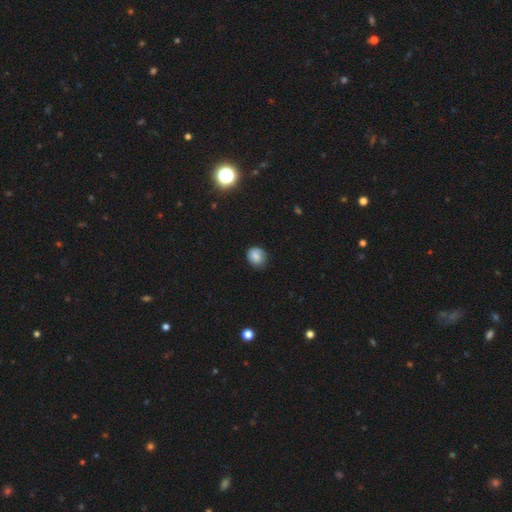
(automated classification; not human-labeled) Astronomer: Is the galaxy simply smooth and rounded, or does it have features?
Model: smooth — 76%.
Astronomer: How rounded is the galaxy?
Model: round — 73%.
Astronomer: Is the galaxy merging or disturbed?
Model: none — 70%.